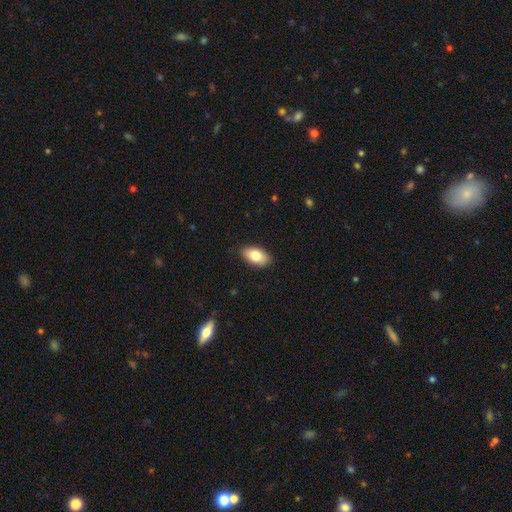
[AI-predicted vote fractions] Q: Smooth or featured?
A: smooth (80%); runner-up: featured or disk (14%)
Q: How rounded?
A: in between (93%); runner-up: round (5%)
Q: Merging?
A: none (85%); runner-up: minor disturbance (12%)